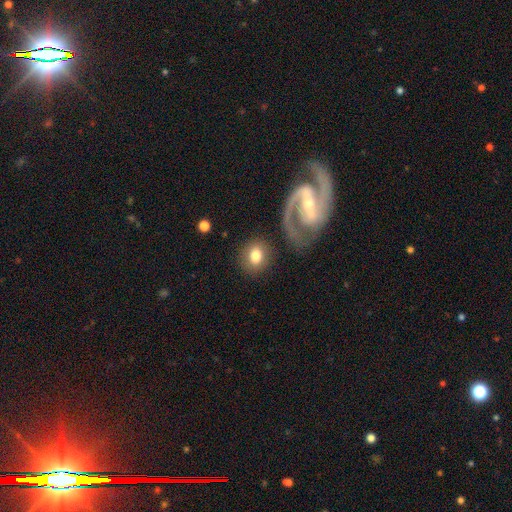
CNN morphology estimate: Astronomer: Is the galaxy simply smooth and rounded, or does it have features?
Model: smooth — 75%.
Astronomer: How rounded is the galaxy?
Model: round — 65%.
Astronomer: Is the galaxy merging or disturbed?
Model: none — 82%.